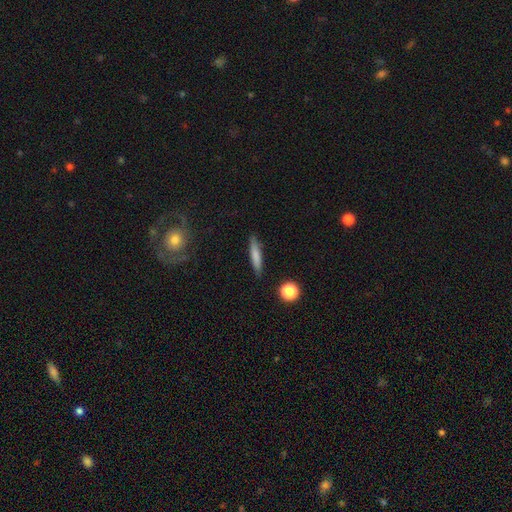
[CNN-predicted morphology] This is likely a smooth galaxy (73%). How rounded: clearly cigar-shaped (88%). Merging: clearly none (87%).